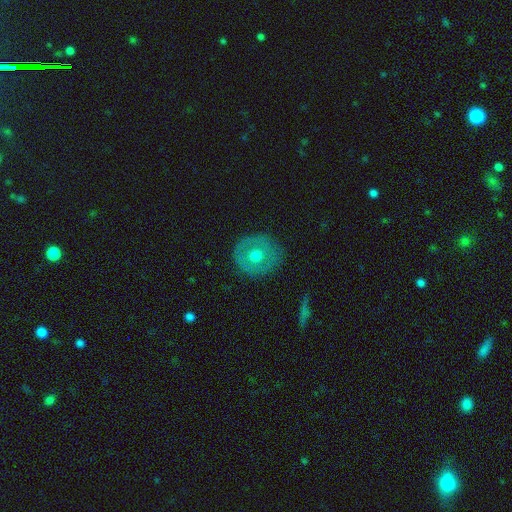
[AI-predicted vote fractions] A smooth galaxy with no disk features (49%).

Vote fractions:
- Smooth or featured? smooth: 49% / featured or disk: 44% / star or artifact: 7%
- Merging? none: 86% / minor disturbance: 10% / major disturbance: 3% / merger: 1%